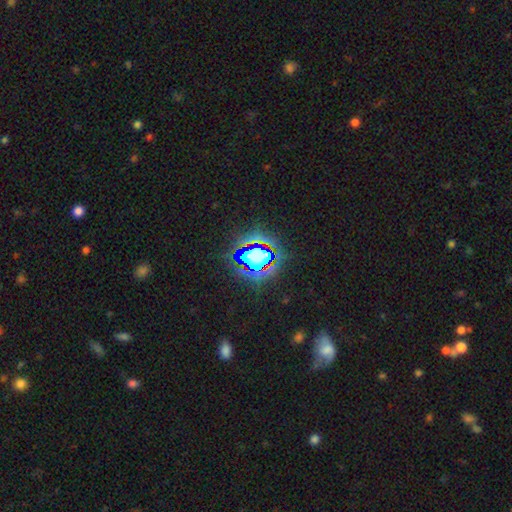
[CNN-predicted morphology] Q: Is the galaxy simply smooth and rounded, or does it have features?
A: star or artifact — 63%.